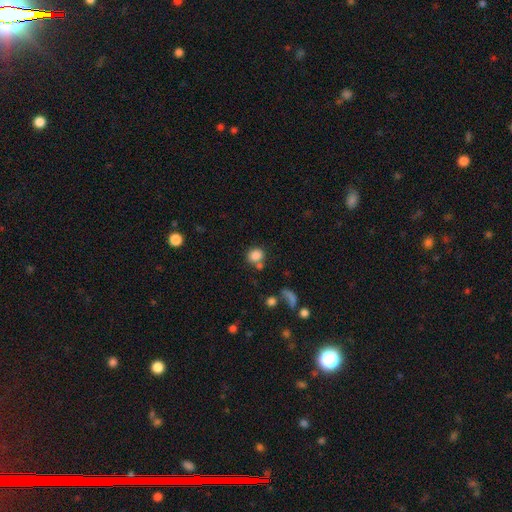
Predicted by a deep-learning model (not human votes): Smooth or featured: smooth — 84% (star or artifact — 10%)
How rounded: round — 68% (in between — 30%)
Merging: none — 64% (merger — 18%)